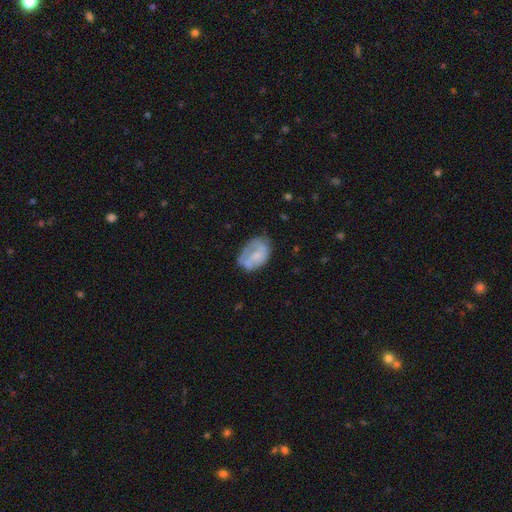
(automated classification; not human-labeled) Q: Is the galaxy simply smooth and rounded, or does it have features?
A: featured or disk — 48%.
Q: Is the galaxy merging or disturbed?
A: none — 49%.